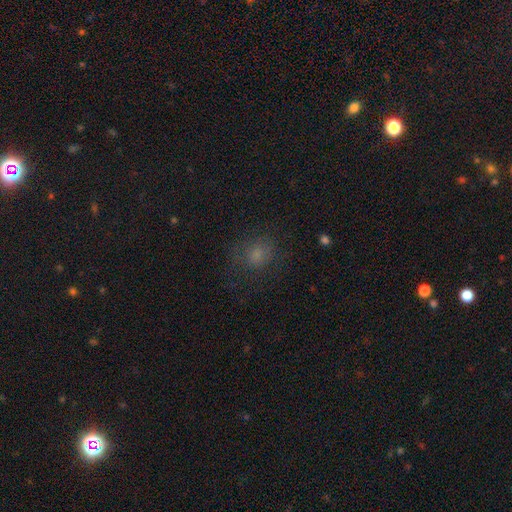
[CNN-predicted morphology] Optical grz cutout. It shows a smooth galaxy with no disk features (68%) that is round (70%). Merging: none (70%).